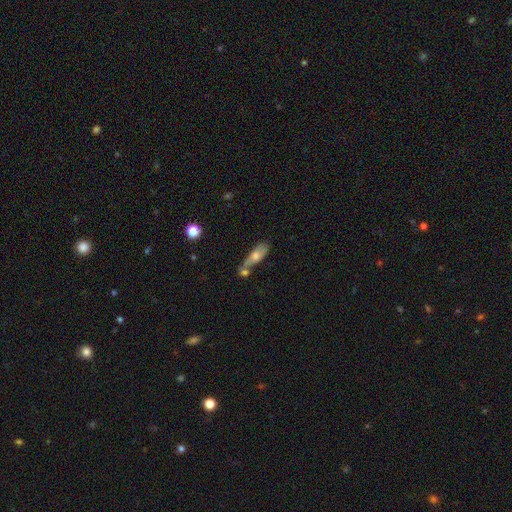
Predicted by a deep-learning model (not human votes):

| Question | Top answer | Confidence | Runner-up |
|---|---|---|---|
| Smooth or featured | smooth | 62% | featured or disk (31%) |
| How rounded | in between | 62% | cigar-shaped (35%) |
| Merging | merger | 38% | none (34%) |